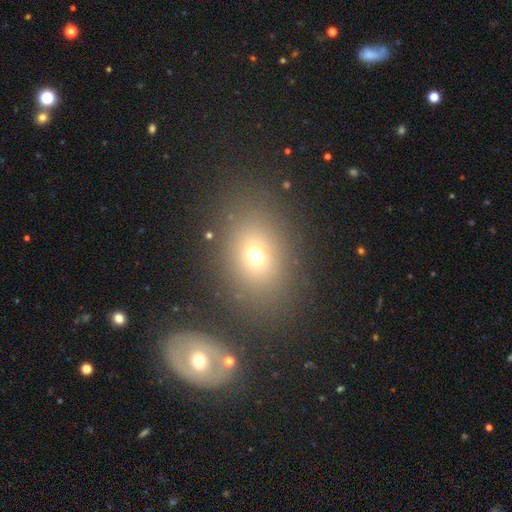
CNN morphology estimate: The model was most divided on "how rounded": in between: 63%, round: 36%, cigar-shaped: 1%. More confident: merging — none (74%); smooth or featured — smooth (68%).